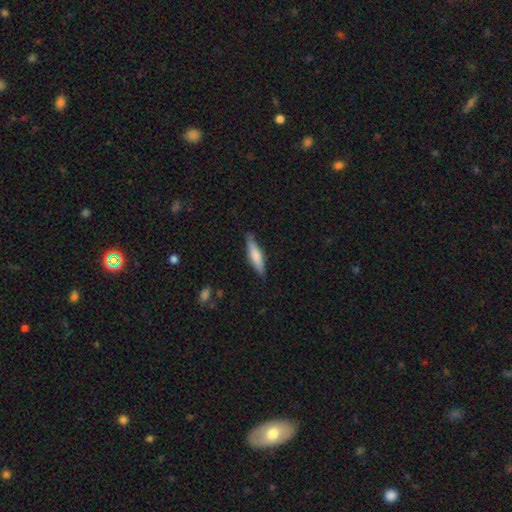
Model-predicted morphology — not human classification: Smooth or featured?
  - smooth: 68% *
  - featured or disk: 26%
  - star or artifact: 6%
How rounded?
  - cigar-shaped: 78% *
  - in between: 20%
  - round: 2%
Merging?
  - none: 84% *
  - minor disturbance: 12%
  - major disturbance: 2%
  - merger: 1%